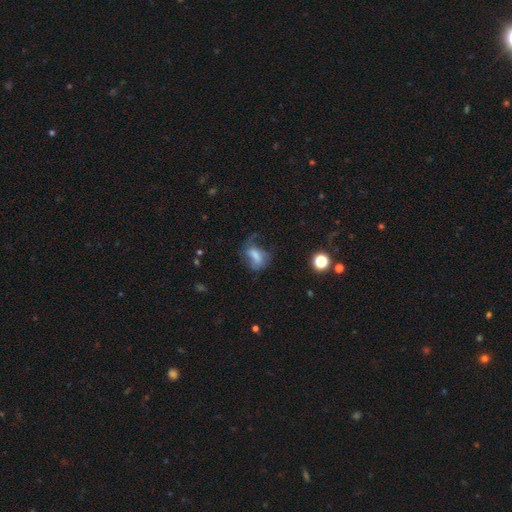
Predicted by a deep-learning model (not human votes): Smooth or featured?
  - smooth: 54% *
  - featured or disk: 32%
  - star or artifact: 14%
How rounded?
  - in between: 76% *
  - round: 16%
  - cigar-shaped: 8%
Merging?
  - major disturbance: 37% *
  - none: 34%
  - minor disturbance: 25%
  - merger: 4%